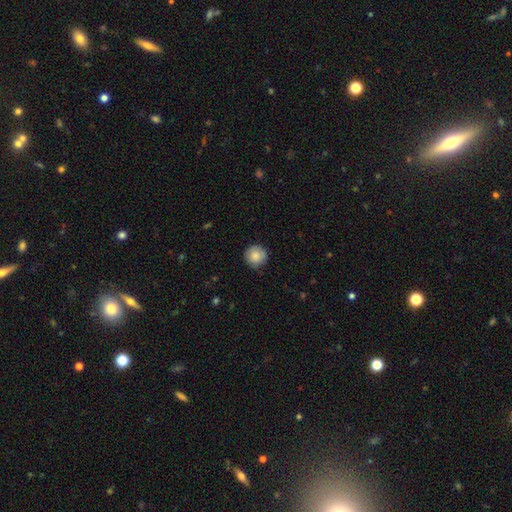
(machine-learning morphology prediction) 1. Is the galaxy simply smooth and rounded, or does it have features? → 84% smooth, 8% featured or disk, 7% star or artifact.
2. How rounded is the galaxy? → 95% round, 4% in between, 1% cigar-shaped.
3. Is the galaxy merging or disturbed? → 87% none, 10% minor disturbance, 2% major disturbance, 1% merger.